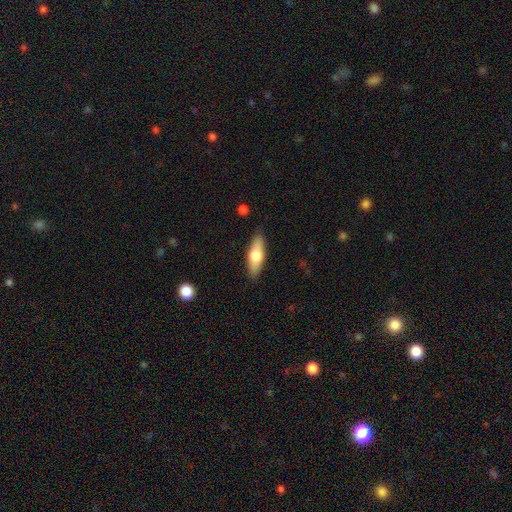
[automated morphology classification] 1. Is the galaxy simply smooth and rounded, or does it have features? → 61% smooth, 33% featured or disk, 6% star or artifact.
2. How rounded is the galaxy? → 56% in between, 41% cigar-shaped, 3% round.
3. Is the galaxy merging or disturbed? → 86% none, 10% minor disturbance, 2% major disturbance, 1% merger.